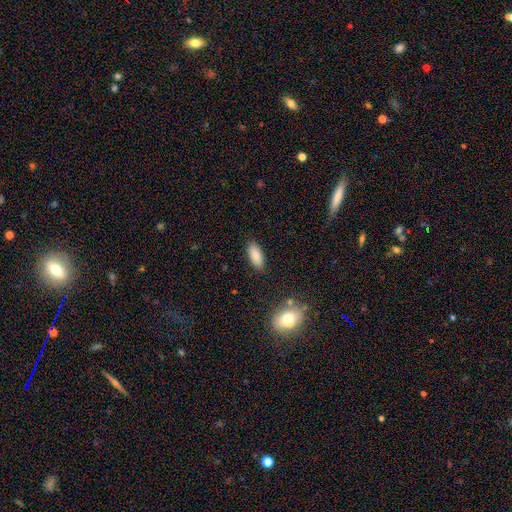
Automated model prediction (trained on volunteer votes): Smooth or featured: smooth — 85% (star or artifact — 8%)
How rounded: in between — 85% (cigar-shaped — 12%)
Merging: none — 86% (minor disturbance — 10%)